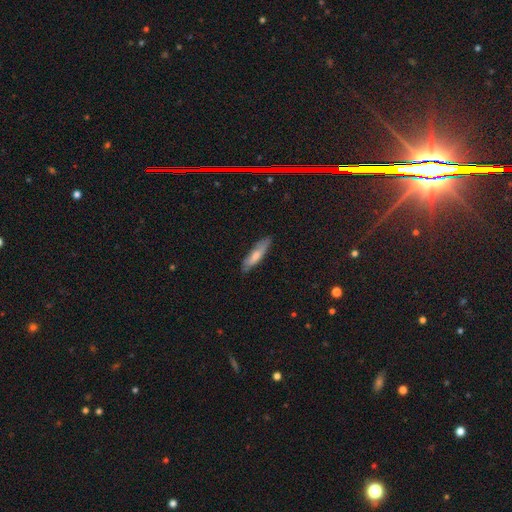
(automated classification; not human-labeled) This appears to be a smooth galaxy with no disk features (67%) that is cigar-shaped (75%). Merging: none (79%).